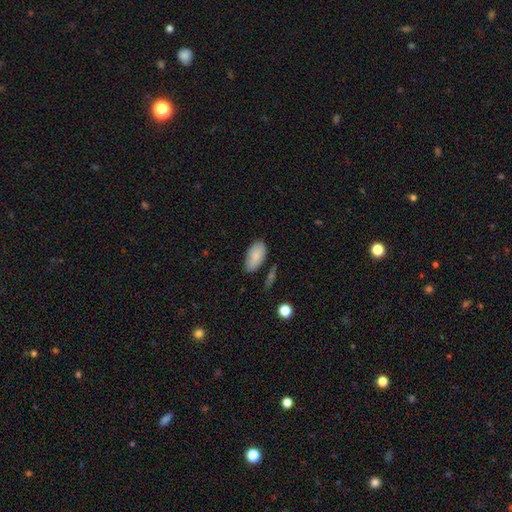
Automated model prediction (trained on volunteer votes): A smooth galaxy with no disk features (85%) that is in between round and cigar-shaped (94%). Merging: none (67%).